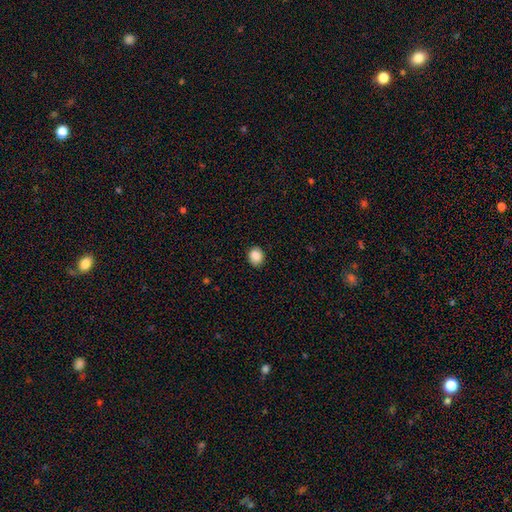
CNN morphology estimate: A smooth galaxy with no disk features (88%) that is round (67%). Merging: none (88%).